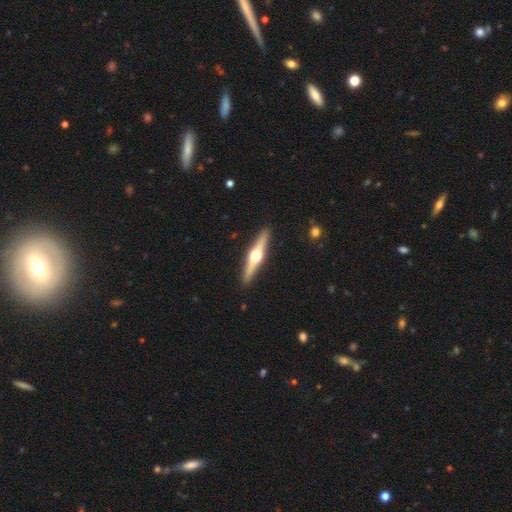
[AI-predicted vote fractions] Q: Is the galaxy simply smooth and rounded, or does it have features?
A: featured or disk — 74%.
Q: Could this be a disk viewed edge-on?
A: yes — 98%.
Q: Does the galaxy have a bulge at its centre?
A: rounded — 96%.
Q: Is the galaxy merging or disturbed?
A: none — 91%.